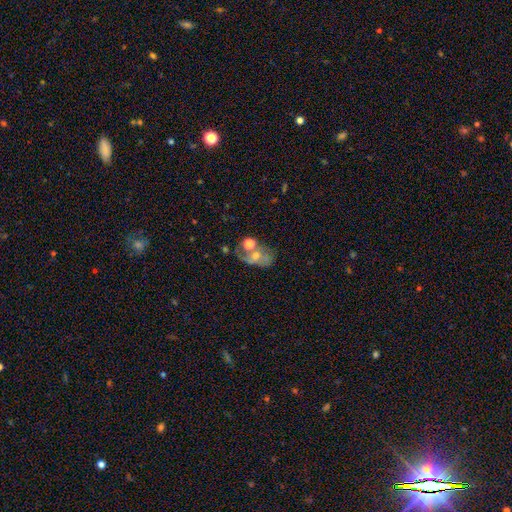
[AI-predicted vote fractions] Smooth or featured?
  - featured or disk: 53% *
  - smooth: 33%
  - star or artifact: 14%
Edge-on disk?
  - no: 96% *
  - yes: 4%
Bar?
  - no: 73% *
  - weak: 21%
  - strong: 5%
Spiral arms?
  - yes: 55% *
  - no: 45%
Bulge size?
  - moderate: 50% *
  - small: 35%
  - none: 7%
  - large: 6%
  - dominant: 2%
Merging?
  - merger: 31% * (tied)
  - none: 31% * (tied)
  - major disturbance: 20%
  - minor disturbance: 18%